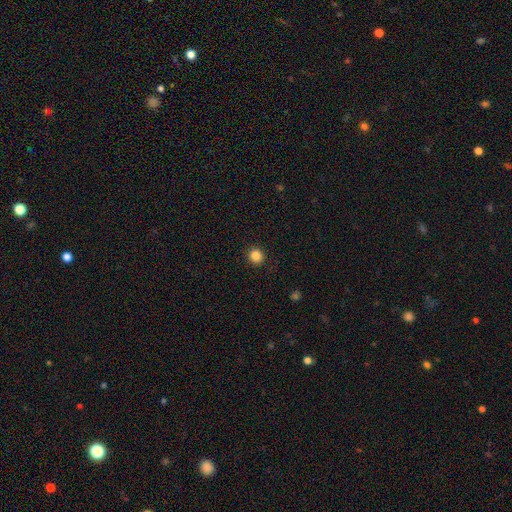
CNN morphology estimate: type=smooth (85%); roundness=round (90%); merging=none (92%).